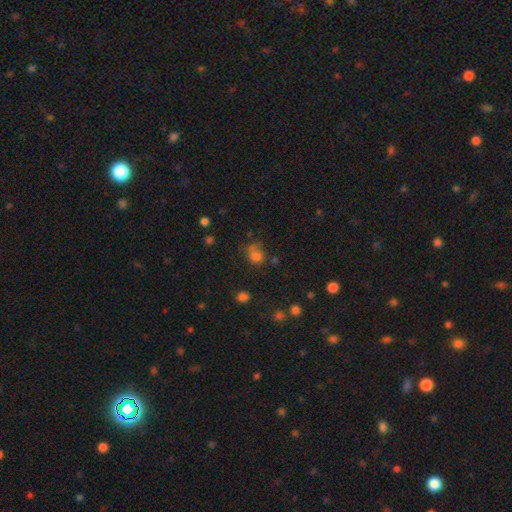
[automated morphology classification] Overall: smooth (70%). How rounded: round (68%; in between 31%). Merging: none (49%; merger 20%).